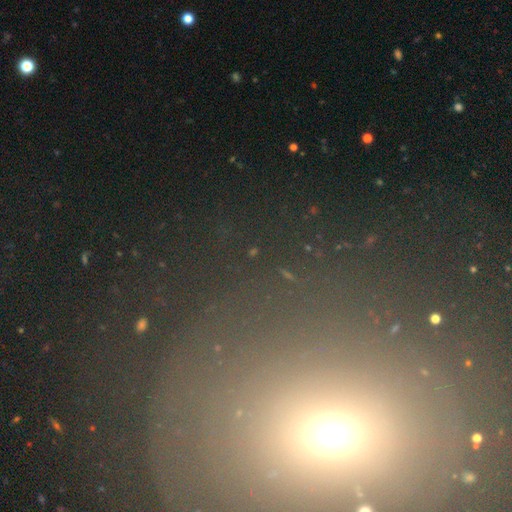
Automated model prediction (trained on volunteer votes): Overall: star or artifact (45%; smooth 37%).